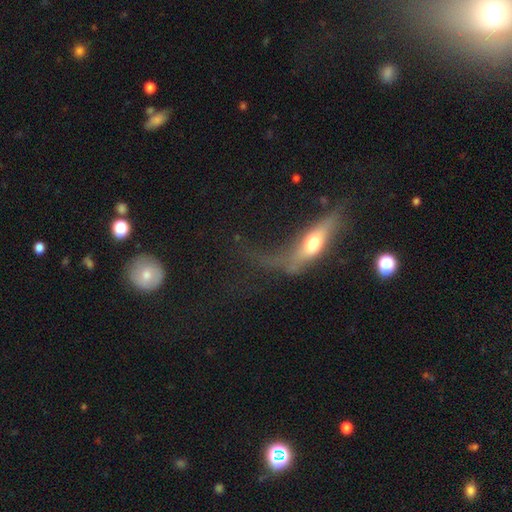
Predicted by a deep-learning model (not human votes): Smooth or featured? featured or disk (60%)
Edge-on disk? no (51%)
Merging? major disturbance (55%)